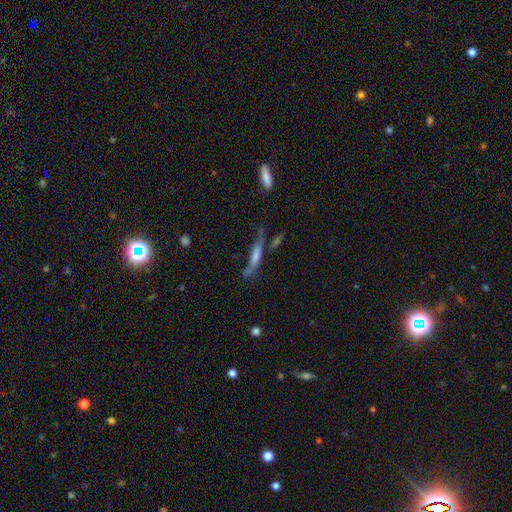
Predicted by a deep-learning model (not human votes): featured or disk 50%, smooth 26%, star or artifact 24%. Down the decision tree: edge-on disk — yes (82%); merging — none (68%).